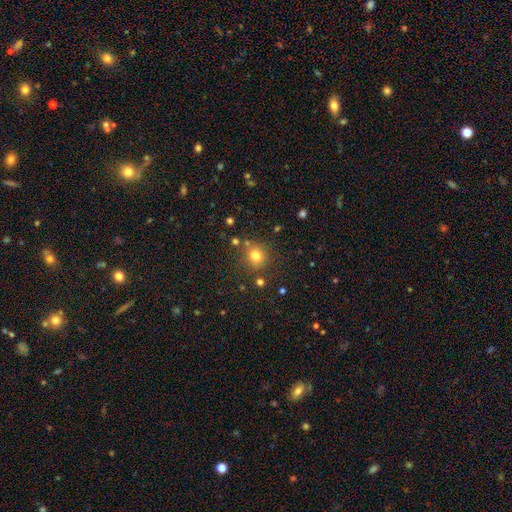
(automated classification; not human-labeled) Q: Smooth or featured?
A: smooth (77%); runner-up: star or artifact (16%)
Q: How rounded?
A: round (90%); runner-up: in between (10%)
Q: Merging?
A: none (80%); runner-up: minor disturbance (10%)